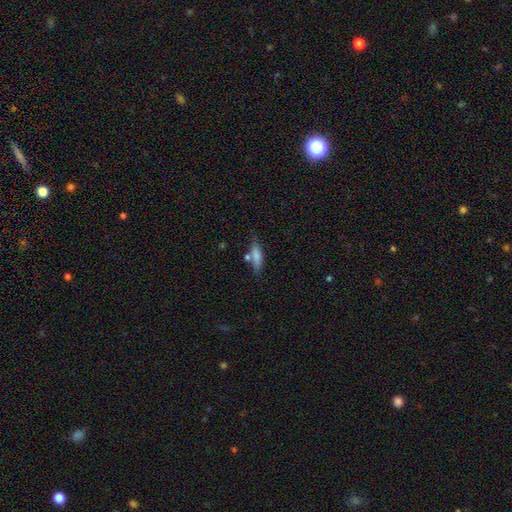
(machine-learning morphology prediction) smooth_or_featured: smooth (p=0.75) [alt: featured or disk p=0.17]
how_rounded: cigar-shaped (p=0.58) [alt: in between p=0.40]
merging: none (p=0.64) [alt: minor disturbance p=0.18]